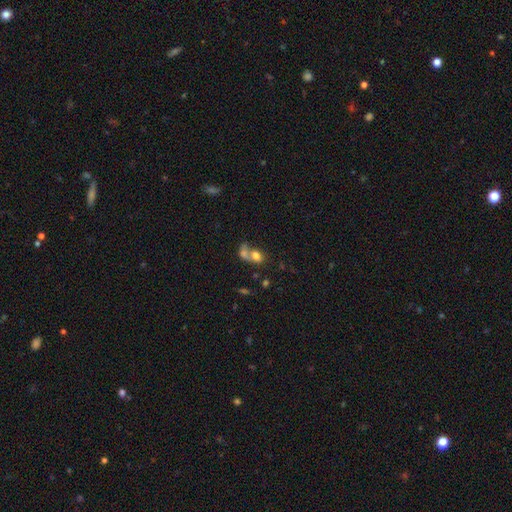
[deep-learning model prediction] A smooth galaxy with no disk features (71%) that is in between round and cigar-shaped (62%).

Vote fractions:
- Smooth or featured? smooth: 71% / featured or disk: 19% / star or artifact: 10%
- How rounded? in between: 62% / round: 36% / cigar-shaped: 2%
- Merging? merger: 63% / none: 22% / major disturbance: 8% / minor disturbance: 7%